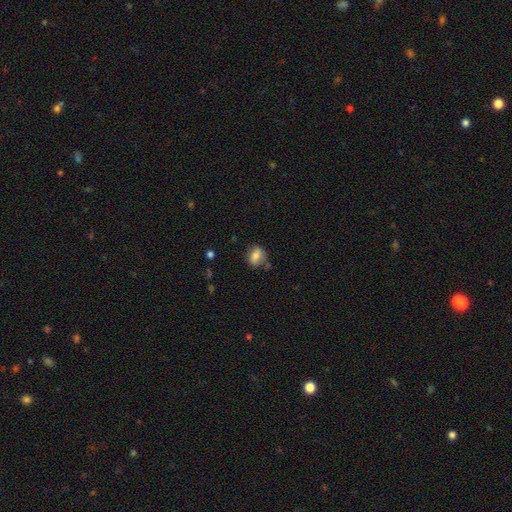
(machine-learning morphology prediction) The model was most divided on "how rounded": in between: 62%, round: 35%, cigar-shaped: 3%. More confident: smooth or featured — smooth (74%); merging — none (69%).